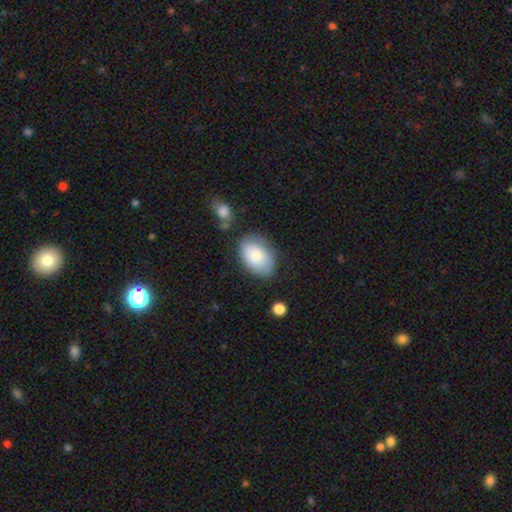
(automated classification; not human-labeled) A smooth galaxy with no disk features (76%) that is in between round and cigar-shaped (84%). Merging: none (71%).